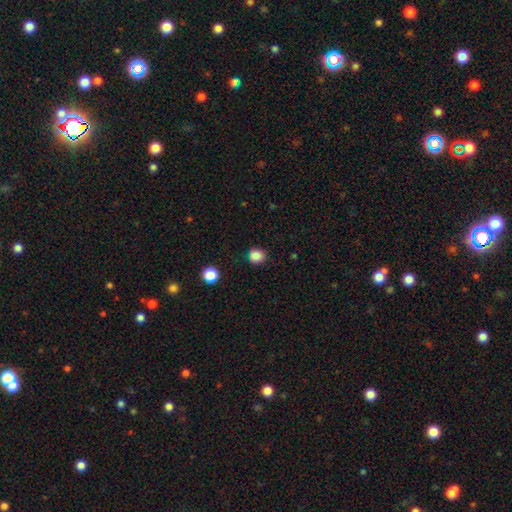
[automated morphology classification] Q: Smooth or featured?
A: smooth (85%); runner-up: star or artifact (12%)
Q: How rounded?
A: round (86%); runner-up: in between (13%)
Q: Merging?
A: none (84%); runner-up: minor disturbance (11%)